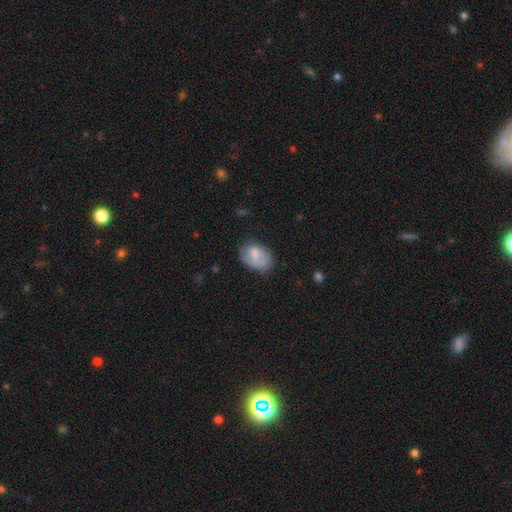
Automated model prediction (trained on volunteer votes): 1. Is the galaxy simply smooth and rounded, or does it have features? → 67% smooth, 25% featured or disk, 8% star or artifact.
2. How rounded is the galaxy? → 79% in between, 20% round, 1% cigar-shaped.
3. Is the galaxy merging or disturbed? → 52% none, 31% minor disturbance, 14% major disturbance, 3% merger.